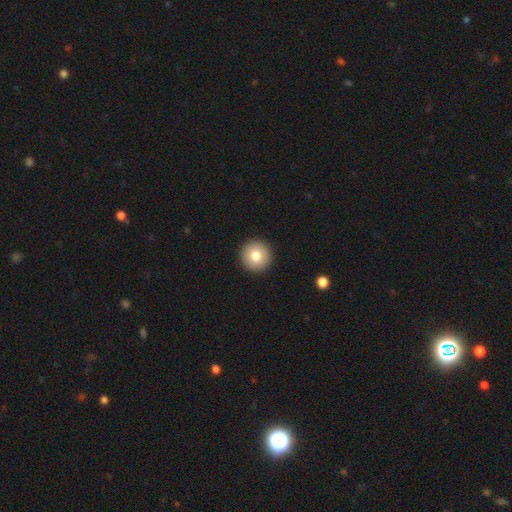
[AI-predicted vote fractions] The model was most divided on "smooth or featured": smooth: 78%, featured or disk: 13%, star or artifact: 9%. More confident: how rounded — round (96%); merging — none (94%).